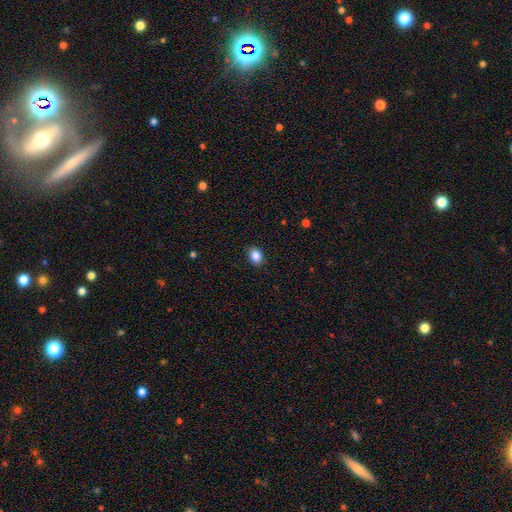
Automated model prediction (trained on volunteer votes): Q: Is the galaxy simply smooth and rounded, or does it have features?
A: smooth — 86%.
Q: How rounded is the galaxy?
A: in between — 60%.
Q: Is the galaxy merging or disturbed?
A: none — 88%.